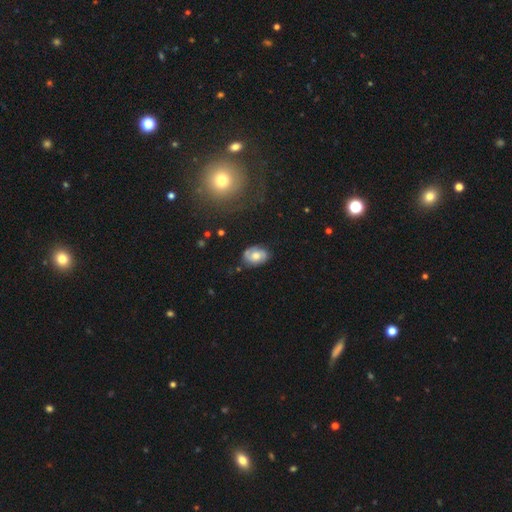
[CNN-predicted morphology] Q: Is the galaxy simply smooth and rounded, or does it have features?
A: featured or disk — 48%.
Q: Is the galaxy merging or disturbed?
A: none — 74%.